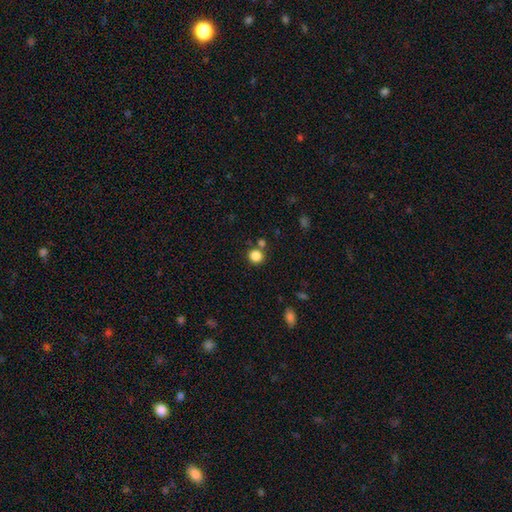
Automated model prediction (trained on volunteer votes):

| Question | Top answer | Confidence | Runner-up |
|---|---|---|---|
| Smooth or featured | smooth | 85% | star or artifact (11%) |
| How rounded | round | 89% | in between (10%) |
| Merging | none | 75% | merger (14%) |